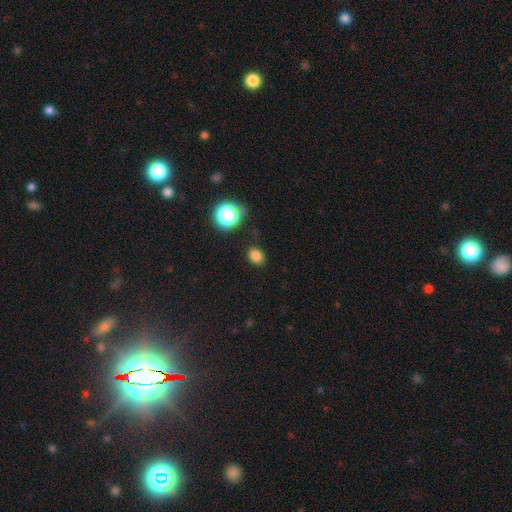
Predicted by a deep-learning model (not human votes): smooth 80%, star or artifact 16%, featured or disk 5%. Down the decision tree: how rounded — in between (56%); merging — none (83%).